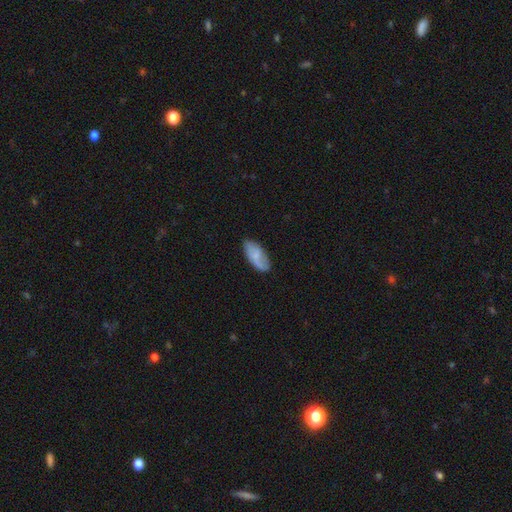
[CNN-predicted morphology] Q: Smooth or featured?
A: smooth (67%); runner-up: featured or disk (26%)
Q: How rounded?
A: in between (88%); runner-up: cigar-shaped (10%)
Q: Merging?
A: none (70%); runner-up: minor disturbance (23%)